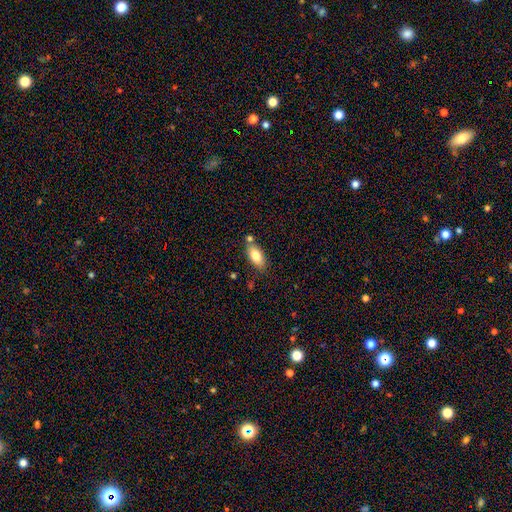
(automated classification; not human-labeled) Smooth or featured?
  - smooth: 81% *
  - featured or disk: 12%
  - star or artifact: 7%
How rounded?
  - in between: 89% *
  - cigar-shaped: 8%
  - round: 3%
Merging?
  - none: 70% *
  - minor disturbance: 15%
  - merger: 12%
  - major disturbance: 3%